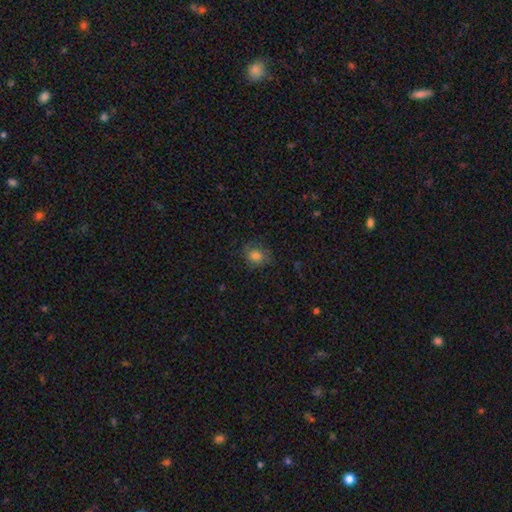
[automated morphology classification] type=smooth (79%); roundness=round (64%); merging=none (73%).